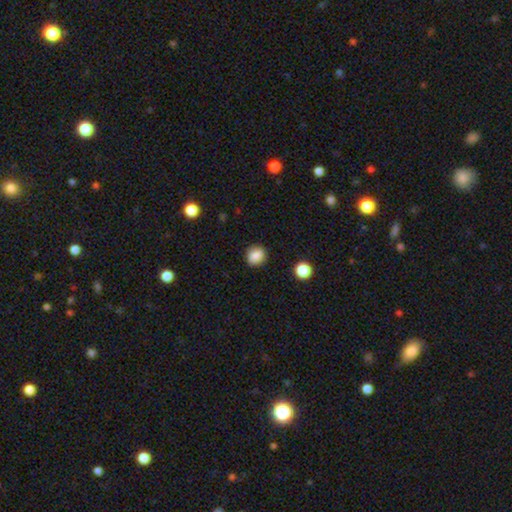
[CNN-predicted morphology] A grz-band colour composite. It shows a smooth galaxy with no disk features (86%) that is round (76%). Merging: none (87%).